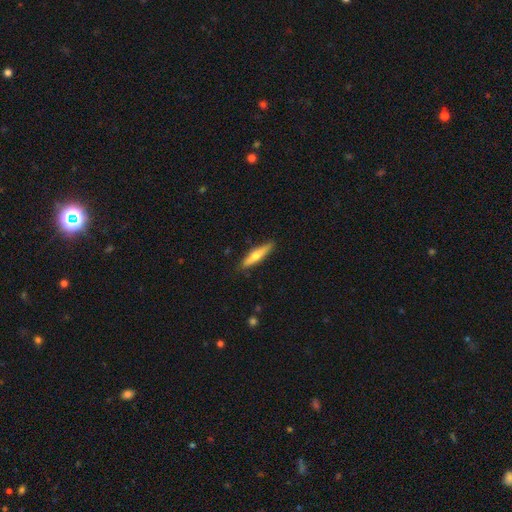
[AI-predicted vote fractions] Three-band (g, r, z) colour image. It shows a smooth galaxy with no disk features (50%) that is cigar-shaped (84%). Merging: none (87%).